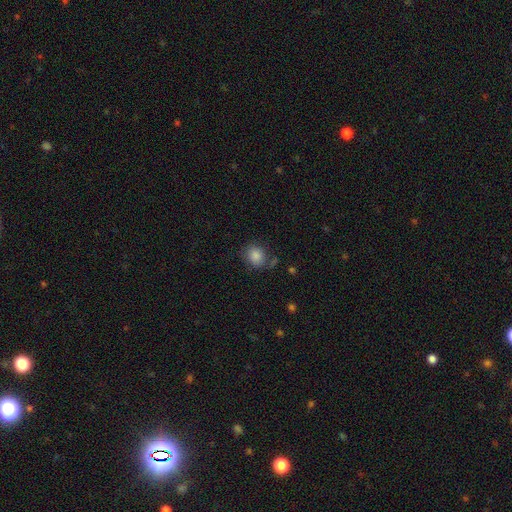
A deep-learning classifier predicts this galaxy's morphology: Smooth or featured? Predicted: smooth (p=0.84). How rounded? Predicted: round (p=0.60). Merging? Predicted: none (p=0.70).